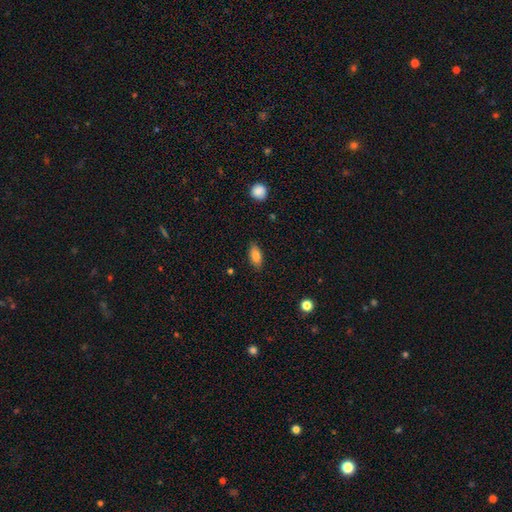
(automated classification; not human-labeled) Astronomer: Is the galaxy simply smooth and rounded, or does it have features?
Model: smooth — 83%.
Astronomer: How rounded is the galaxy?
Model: in between — 87%.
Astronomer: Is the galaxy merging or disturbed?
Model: none — 85%.